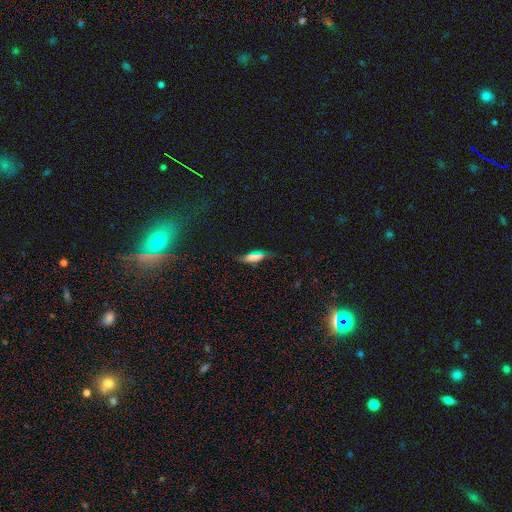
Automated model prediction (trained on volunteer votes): Smooth or featured?
  - smooth: 69% *
  - featured or disk: 21%
  - star or artifact: 10%
How rounded?
  - cigar-shaped: 51% *
  - in between: 46%
  - round: 2%
Merging?
  - none: 72% *
  - minor disturbance: 20%
  - major disturbance: 6%
  - merger: 2%